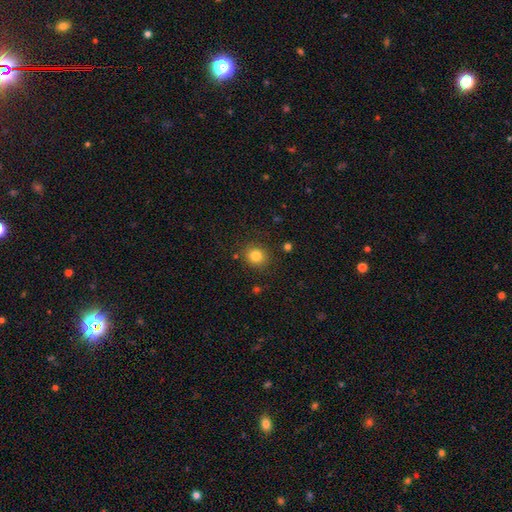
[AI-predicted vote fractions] Smooth or featured: smooth — 83% (star or artifact — 12%)
How rounded: round — 84% (in between — 15%)
Merging: none — 86% (minor disturbance — 9%)